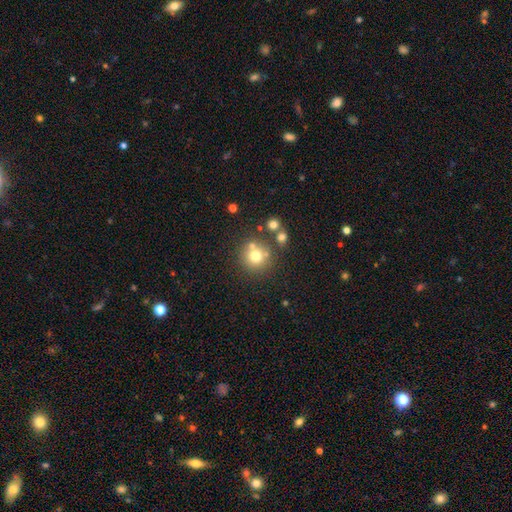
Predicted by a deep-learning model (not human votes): This appears to be a smooth galaxy with no disk features (71%) that is round (92%). Merging: none (69%).